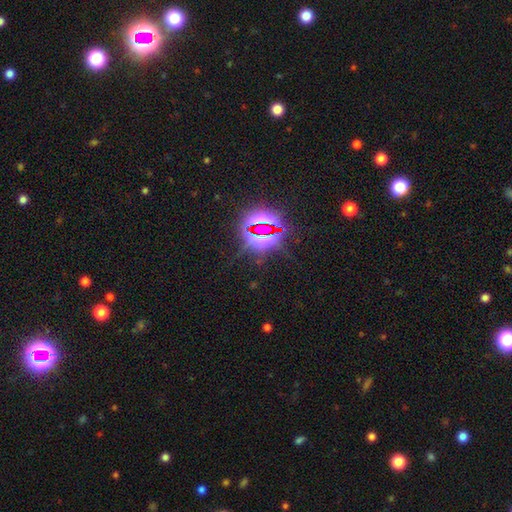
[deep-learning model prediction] smooth-or-featured: star or artifact: 80% | smooth: 12% | featured or disk: 8%